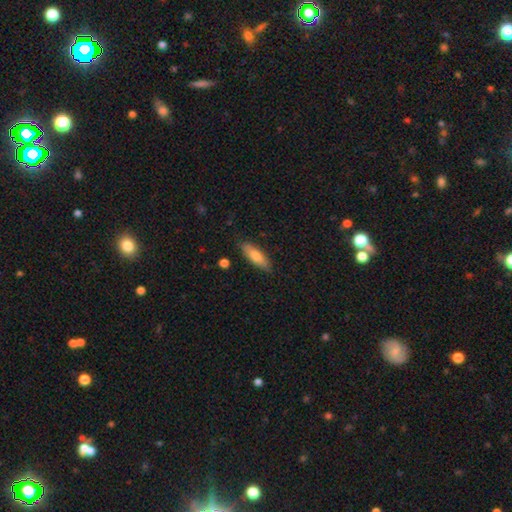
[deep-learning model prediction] smooth 75%, featured or disk 19%, star or artifact 6%. Down the decision tree: how rounded — in between (57%); merging — none (84%).